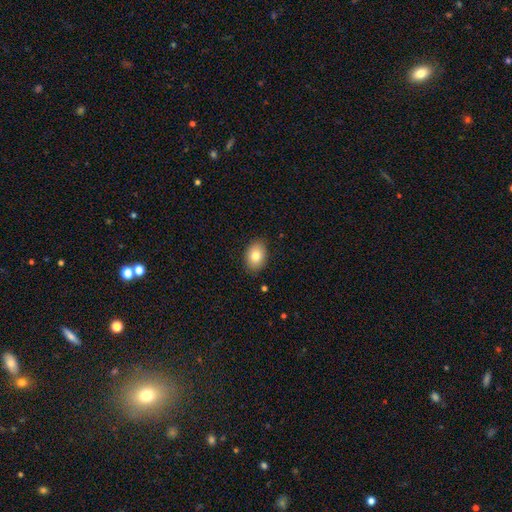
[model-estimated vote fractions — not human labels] This appears to be a smooth galaxy with no disk features (82%) that is in between round and cigar-shaped (79%). Merging: none (86%).